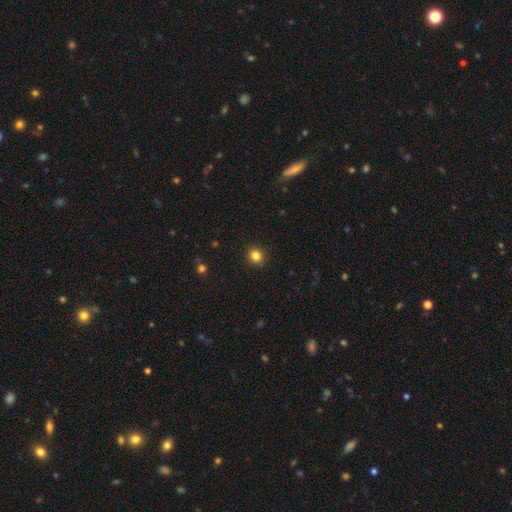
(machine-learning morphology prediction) Smooth or featured?
  - smooth: 83% *
  - star or artifact: 12%
  - featured or disk: 5%
How rounded?
  - round: 81% *
  - in between: 18%
  - cigar-shaped: 1%
Merging?
  - none: 91% *
  - minor disturbance: 6%
  - major disturbance: 2%
  - merger: 1%